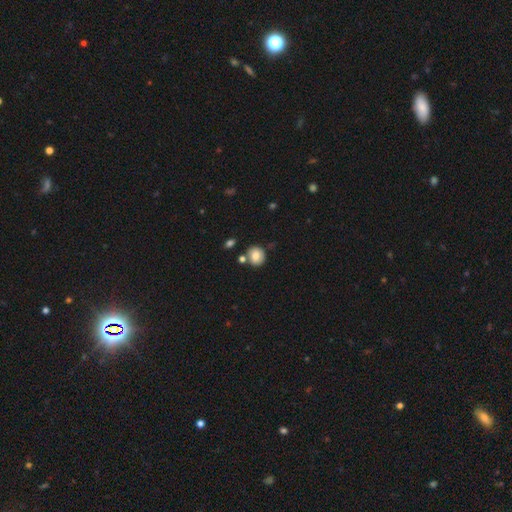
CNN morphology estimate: A smooth galaxy with no disk features (78%) that is round (79%).

Vote fractions:
- Smooth or featured? smooth: 78% / featured or disk: 13% / star or artifact: 9%
- How rounded? round: 79% / in between: 20% / cigar-shaped: 1%
- Merging? none: 71% / minor disturbance: 13% / merger: 12% / major disturbance: 3%